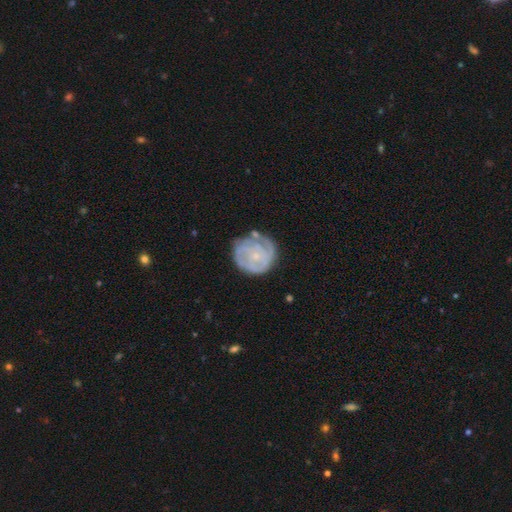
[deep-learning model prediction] smooth_or_featured: featured or disk (p=0.72) [alt: smooth p=0.22]
disk_edge_on: no (p=0.98) [alt: yes p=0.02]
bar: no (p=0.78) [alt: weak p=0.19]
has_spiral_arms: yes (p=0.83) [alt: no p=0.17]
spiral_winding: tight (p=0.68) [alt: medium p=0.24]
spiral_arm_count: can't tell (p=0.40) [alt: 3 p=0.22]
bulge_size: small (p=0.76) [alt: moderate p=0.14]
merging: none (p=0.67) [alt: minor disturbance p=0.21]